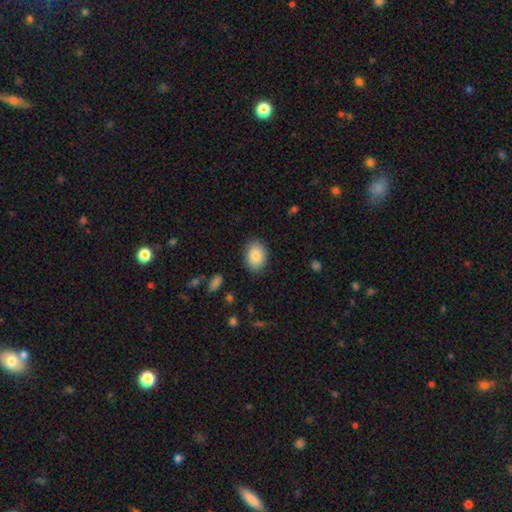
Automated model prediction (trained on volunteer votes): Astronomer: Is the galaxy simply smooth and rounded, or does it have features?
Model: smooth — 86%.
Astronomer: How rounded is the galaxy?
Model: in between — 79%.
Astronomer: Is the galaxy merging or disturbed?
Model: none — 86%.